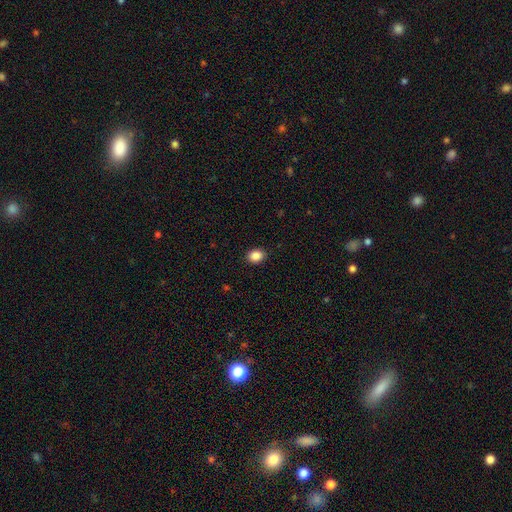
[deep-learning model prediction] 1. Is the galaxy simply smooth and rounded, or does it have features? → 88% smooth, 9% star or artifact, 3% featured or disk.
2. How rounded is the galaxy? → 55% in between, 44% round, 1% cigar-shaped.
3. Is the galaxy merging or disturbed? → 90% none, 7% minor disturbance, 2% major disturbance, 1% merger.